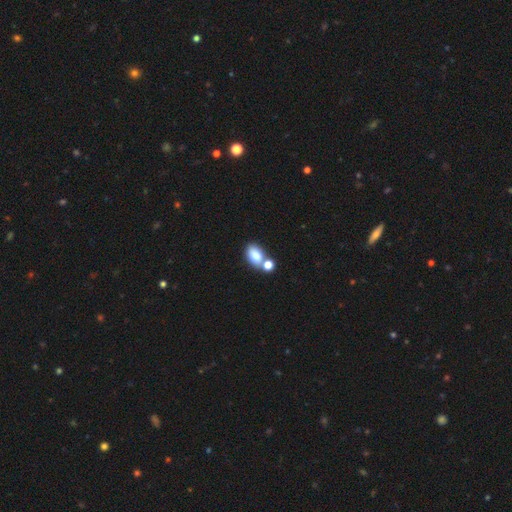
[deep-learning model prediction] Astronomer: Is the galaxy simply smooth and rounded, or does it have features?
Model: smooth — 81%.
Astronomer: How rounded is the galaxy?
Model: in between — 85%.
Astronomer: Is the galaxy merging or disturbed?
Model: none — 48% (runner-up: merger, 37%).